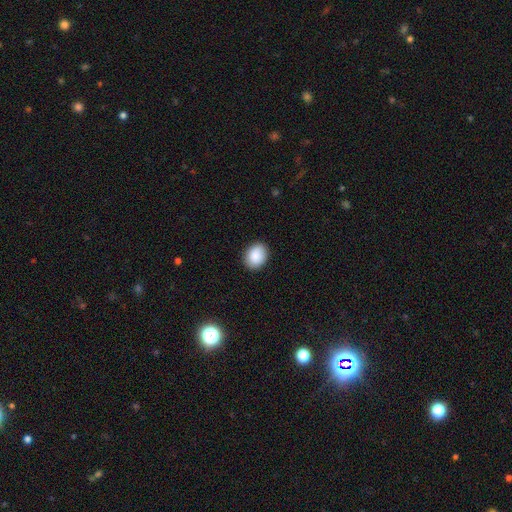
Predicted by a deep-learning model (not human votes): Smooth or featured? Predicted: smooth (p=0.89). How rounded? Predicted: in between (p=0.56). Merging? Predicted: none (p=0.89).